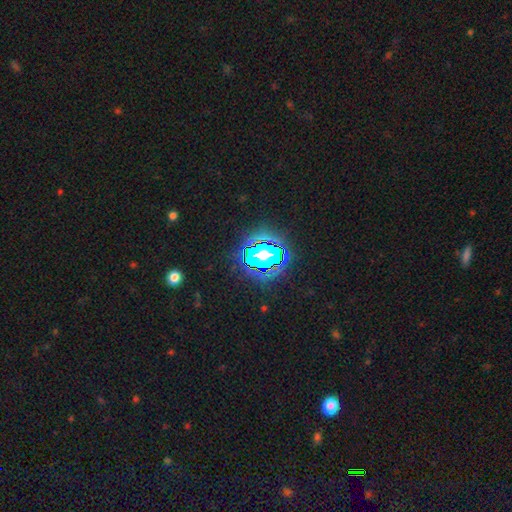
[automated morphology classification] Smooth or featured? Predicted: star or artifact (p=0.63).